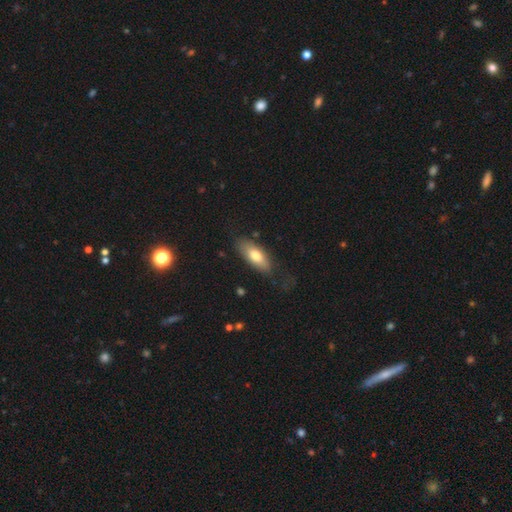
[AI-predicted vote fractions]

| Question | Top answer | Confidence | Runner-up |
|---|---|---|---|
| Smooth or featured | smooth | 73% | featured or disk (21%) |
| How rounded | in between | 80% | cigar-shaped (17%) |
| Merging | none | 74% | minor disturbance (19%) |